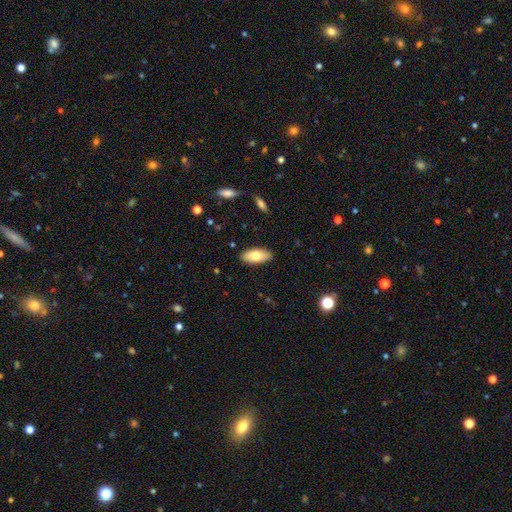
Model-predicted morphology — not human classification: Q: Smooth or featured?
A: smooth (75%); runner-up: featured or disk (18%)
Q: How rounded?
A: in between (89%); runner-up: cigar-shaped (9%)
Q: Merging?
A: none (88%); runner-up: minor disturbance (9%)